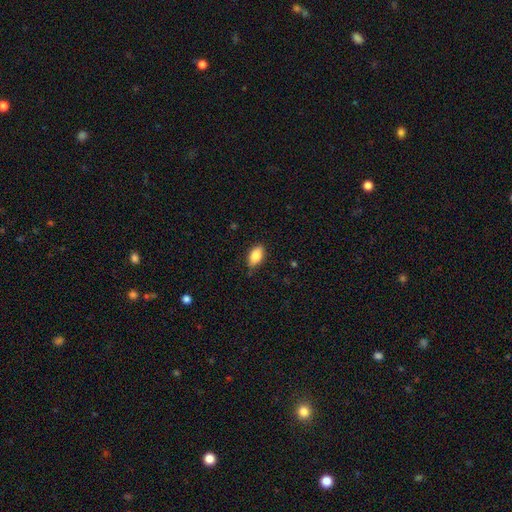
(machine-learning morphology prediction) Overall: smooth (83%). How rounded: in between (90%). Merging: none (79%).